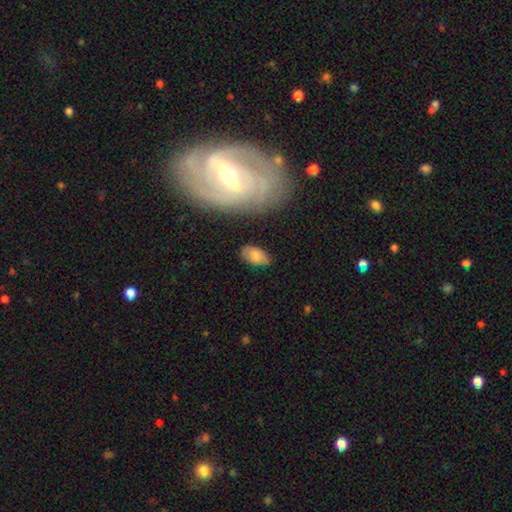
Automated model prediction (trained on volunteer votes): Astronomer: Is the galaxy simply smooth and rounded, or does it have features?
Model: smooth — 78%.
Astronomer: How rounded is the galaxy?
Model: in between — 94%.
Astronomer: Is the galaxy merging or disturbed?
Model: none — 75%.